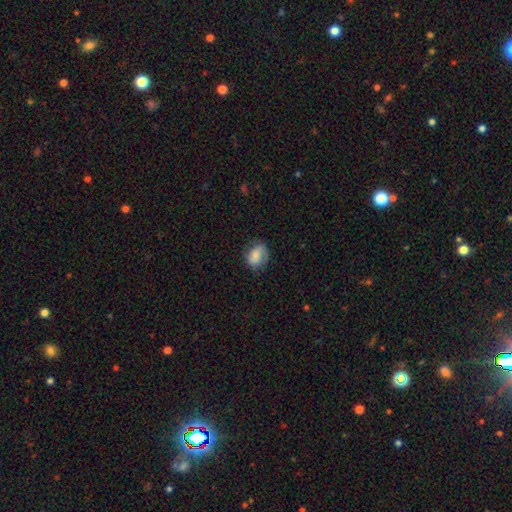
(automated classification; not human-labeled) This is likely a smooth galaxy (69%). How rounded: possibly in between (54%). Merging: likely none (65%).